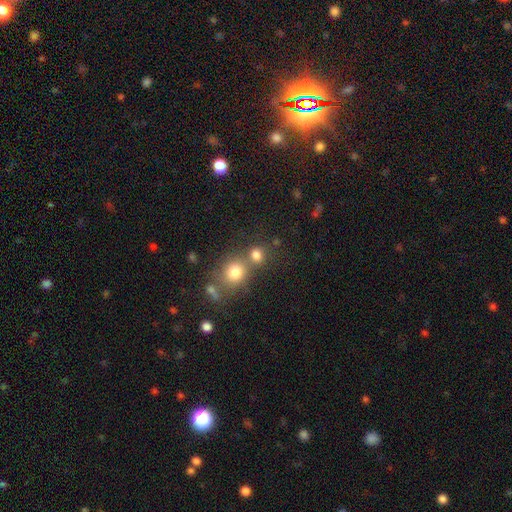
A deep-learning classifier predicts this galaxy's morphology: Overall: smooth (72%). How rounded: round (82%). Merging: none (55%; merger 33%).